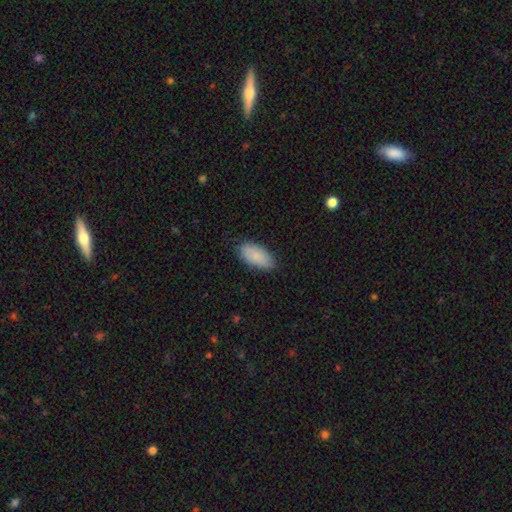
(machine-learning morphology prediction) A smooth galaxy with no disk features (87%) that is in between round and cigar-shaped (92%).

Vote fractions:
- Smooth or featured? smooth: 87% / featured or disk: 7% / star or artifact: 6%
- How rounded? in between: 92% / cigar-shaped: 6% / round: 2%
- Merging? none: 82% / minor disturbance: 14% / major disturbance: 3% / merger: 1%